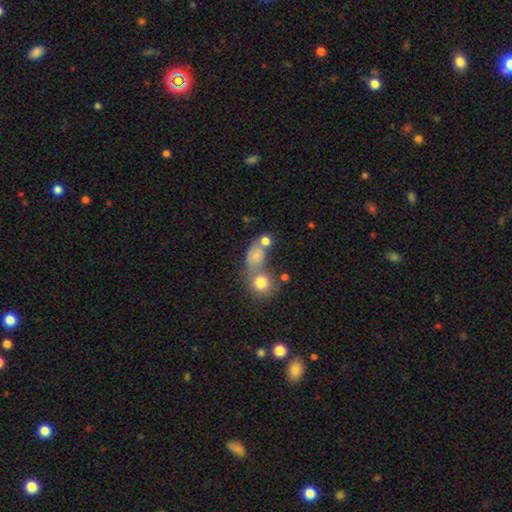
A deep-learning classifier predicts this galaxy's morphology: Overall: smooth (73%). How rounded: in between (61%; round 37%). Merging: merger (40%; none 37%).